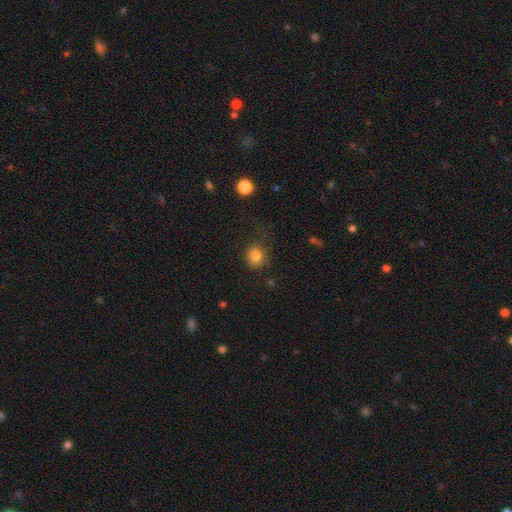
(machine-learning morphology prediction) A smooth galaxy with no disk features (83%) that is round (77%).

Vote fractions:
- Smooth or featured? smooth: 83% / star or artifact: 11% / featured or disk: 6%
- How rounded? round: 77% / in between: 22% / cigar-shaped: 1%
- Merging? none: 72% / minor disturbance: 18% / major disturbance: 8% / merger: 2%